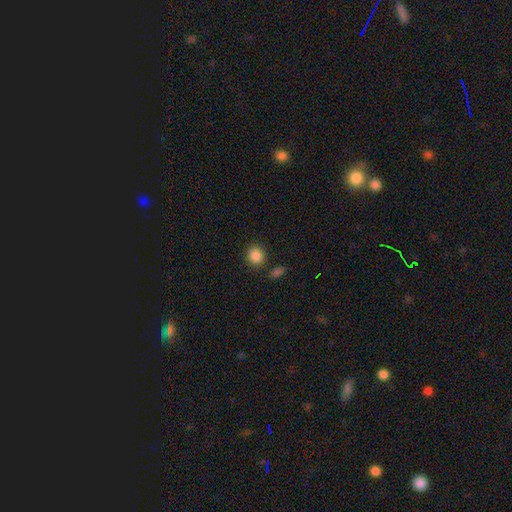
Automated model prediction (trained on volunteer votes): The model was most divided on "how rounded": round: 71%, in between: 28%, cigar-shaped: 1%. More confident: smooth or featured — smooth (87%); merging — none (82%).